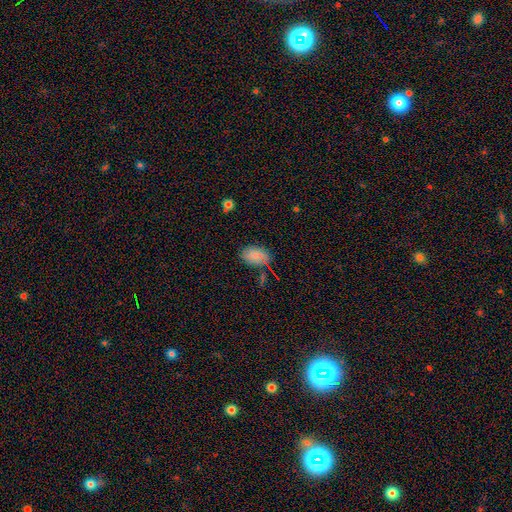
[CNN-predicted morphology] This is likely a smooth galaxy (76%). How rounded: clearly in between (88%). Merging: likely none (75%).